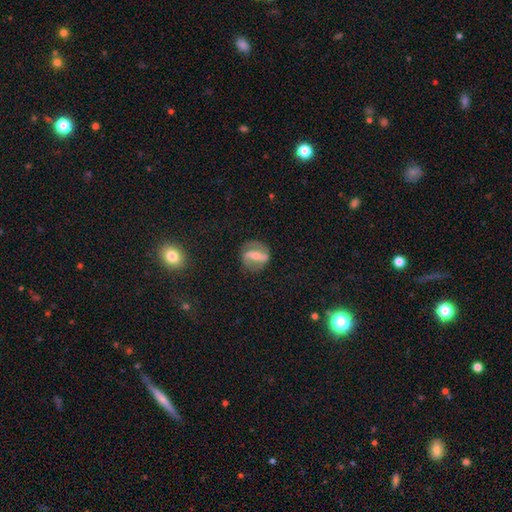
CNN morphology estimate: smooth_or_featured: featured or disk (p=0.66) [alt: smooth p=0.26]
disk_edge_on: no (p=0.92) [alt: yes p=0.08]
bar: strong (p=0.67) [alt: weak p=0.22]
has_spiral_arms: yes (p=0.71) [alt: no p=0.29]
bulge_size: moderate (p=0.36) [alt: small p=0.31]
merging: none (p=0.73) [alt: minor disturbance p=0.16]